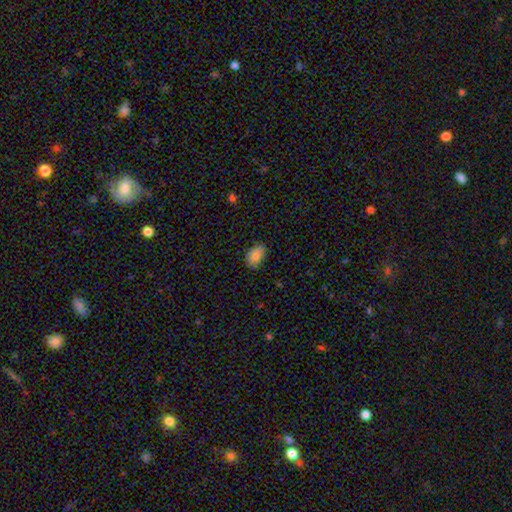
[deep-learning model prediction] This appears to be a smooth galaxy with no disk features (86%) that is in between round and cigar-shaped (85%). Merging: none (76%).